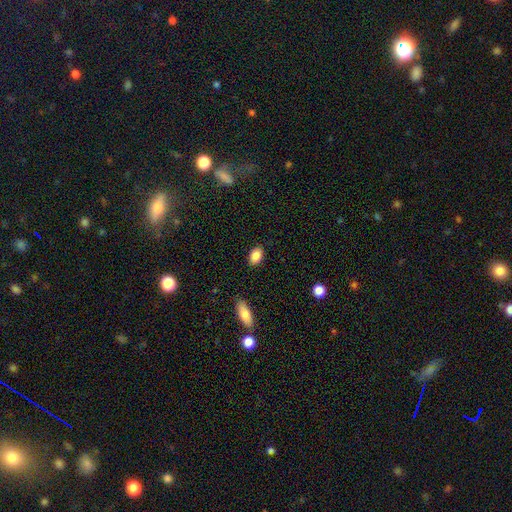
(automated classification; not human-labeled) A smooth galaxy with no disk features (87%) that is in between round and cigar-shaped (85%).

Vote fractions:
- Smooth or featured? smooth: 87% / star or artifact: 8% / featured or disk: 5%
- How rounded? in between: 85% / round: 13% / cigar-shaped: 2%
- Merging? none: 88% / minor disturbance: 9% / major disturbance: 2% / merger: 1%